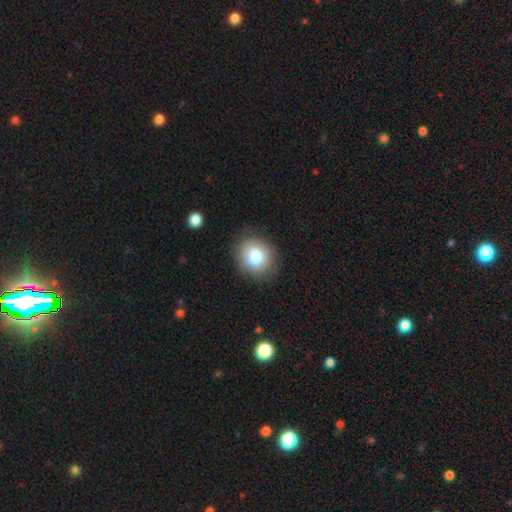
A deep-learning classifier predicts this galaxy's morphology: Smooth or featured: smooth — 79% (featured or disk — 11%)
How rounded: round — 74% (in between — 26%)
Merging: none — 85% (minor disturbance — 11%)